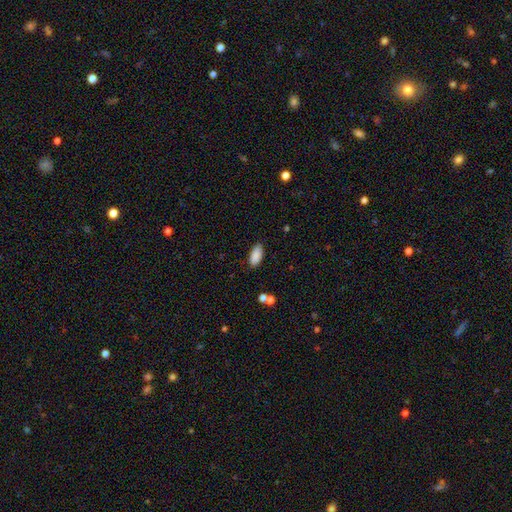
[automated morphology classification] The model was most divided on "merging": none: 87%, minor disturbance: 9%, major disturbance: 2%, merger: 2%. More confident: how rounded — in between (90%); smooth or featured — smooth (89%).